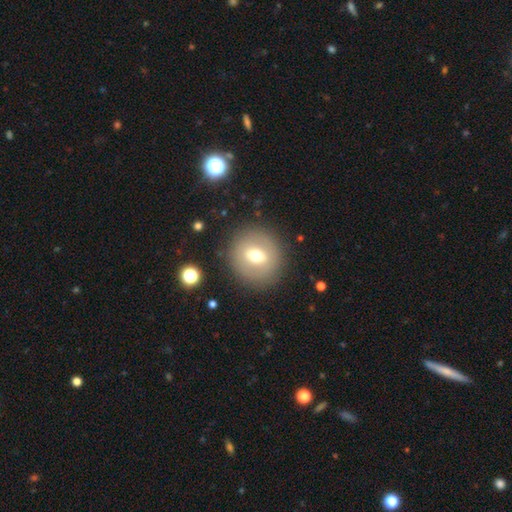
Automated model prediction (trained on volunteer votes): Smooth or featured?
  - smooth: 57% *
  - featured or disk: 32%
  - star or artifact: 10%
How rounded?
  - round: 88% *
  - in between: 11%
  - cigar-shaped: 1%
Merging?
  - none: 85% *
  - minor disturbance: 9%
  - major disturbance: 4%
  - merger: 2%